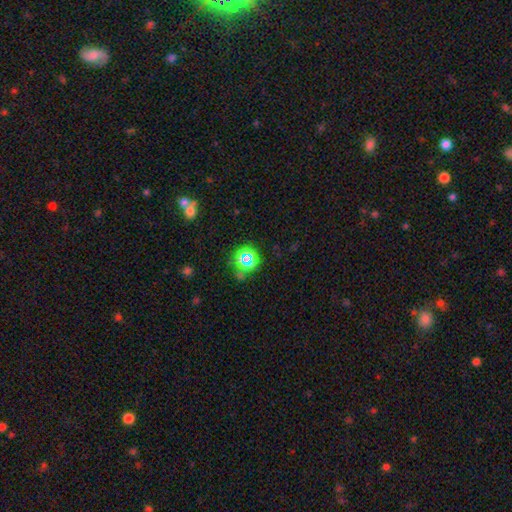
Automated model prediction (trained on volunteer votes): Overall: star or artifact (53%; smooth 32%).